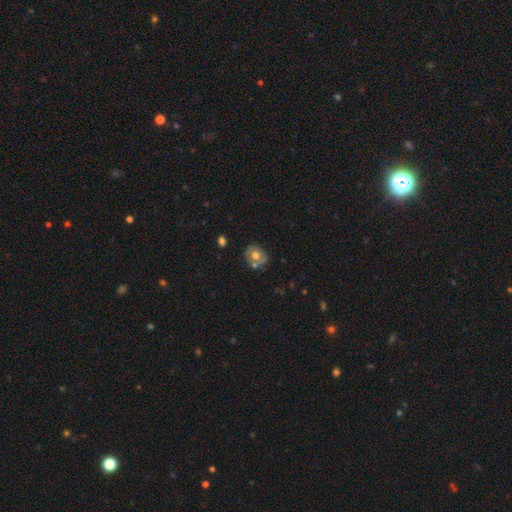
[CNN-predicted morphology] Smooth or featured? Predicted: smooth (p=0.49). Merging? Predicted: none (p=0.58).